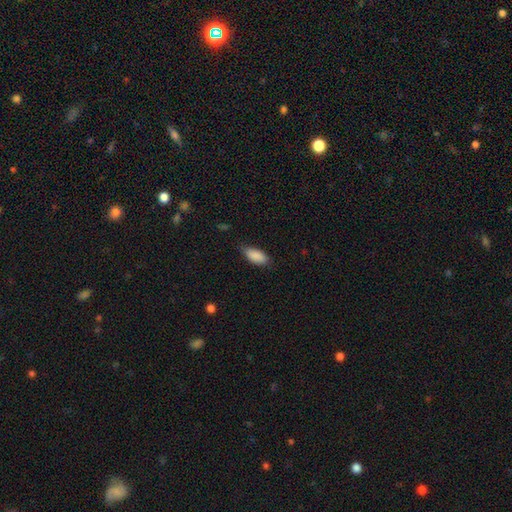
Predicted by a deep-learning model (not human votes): A smooth galaxy with no disk features (89%) that is in between round and cigar-shaped (87%).

Vote fractions:
- Smooth or featured? smooth: 89% / star or artifact: 6% / featured or disk: 5%
- How rounded? in between: 87% / cigar-shaped: 10% / round: 2%
- Merging? none: 73% / minor disturbance: 22% / major disturbance: 4% / merger: 1%